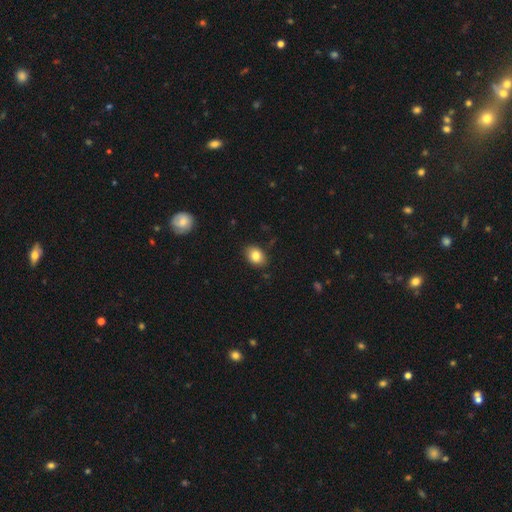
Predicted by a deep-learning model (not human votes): Smooth or featured? Predicted: smooth (p=0.83). How rounded? Predicted: in between (p=0.65). Merging? Predicted: none (p=0.86).